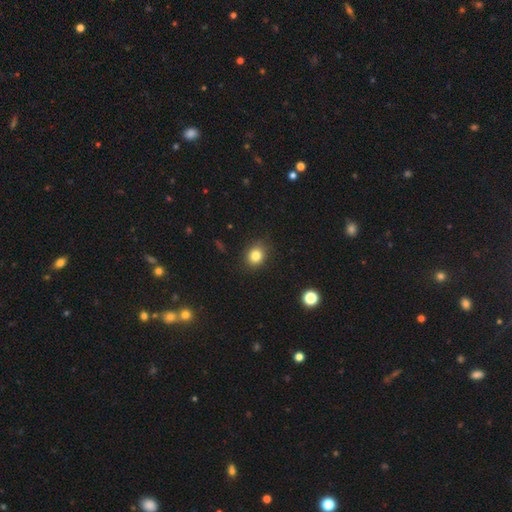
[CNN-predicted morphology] Overall: smooth (83%). How rounded: round (63%; in between 36%). Merging: none (85%).